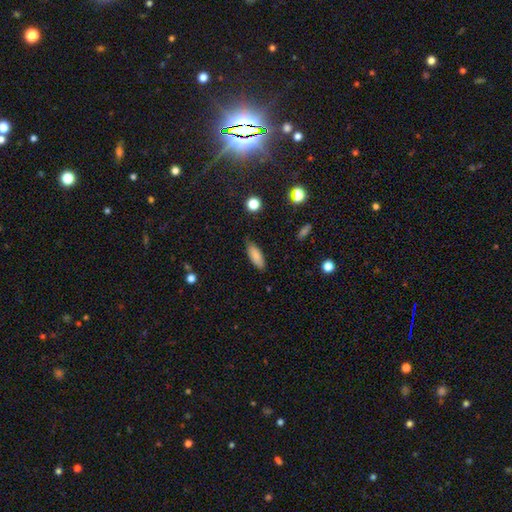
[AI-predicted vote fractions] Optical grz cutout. It shows a smooth galaxy with no disk features (84%) that is in between round and cigar-shaped (71%). Merging: none (79%).